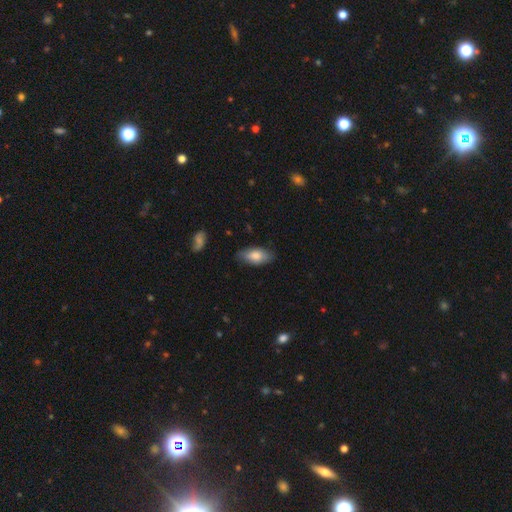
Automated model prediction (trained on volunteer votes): A smooth galaxy with no disk features (77%) that is in between round and cigar-shaped (90%).

Vote fractions:
- Smooth or featured? smooth: 77% / featured or disk: 17% / star or artifact: 6%
- How rounded? in between: 90% / cigar-shaped: 7% / round: 3%
- Merging? none: 80% / minor disturbance: 16% / major disturbance: 3% / merger: 1%